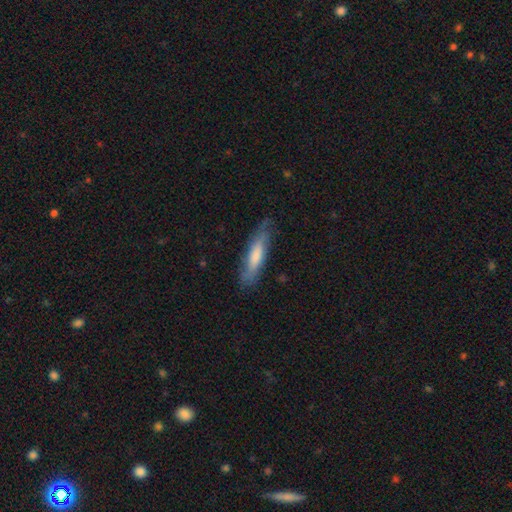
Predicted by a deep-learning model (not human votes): Q: Smooth or featured?
A: smooth (59%); runner-up: featured or disk (35%)
Q: How rounded?
A: cigar-shaped (77%); runner-up: in between (21%)
Q: Merging?
A: none (75%); runner-up: minor disturbance (19%)